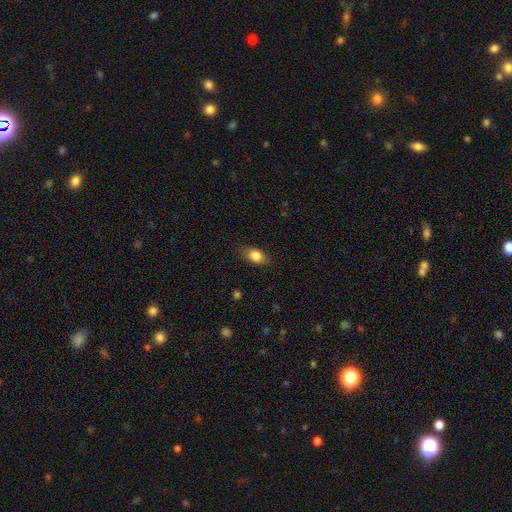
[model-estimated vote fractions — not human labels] Smooth or featured?
  - smooth: 83% *
  - featured or disk: 9%
  - star or artifact: 8%
How rounded?
  - in between: 78% *
  - round: 18%
  - cigar-shaped: 4%
Merging?
  - none: 80% *
  - minor disturbance: 15%
  - major disturbance: 4%
  - merger: 1%